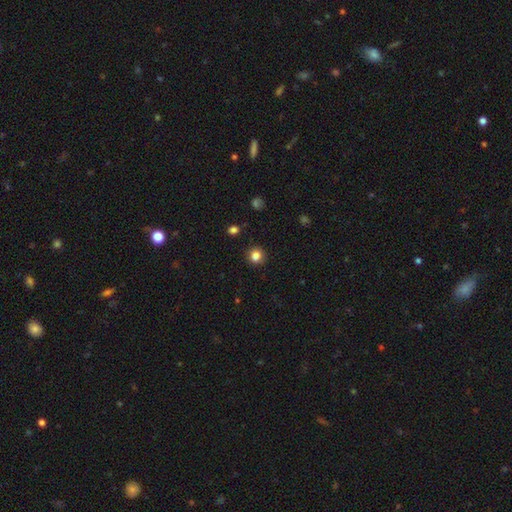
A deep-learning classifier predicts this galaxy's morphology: Smooth or featured? smooth (83%)
How rounded? round (89%)
Merging? none (90%)